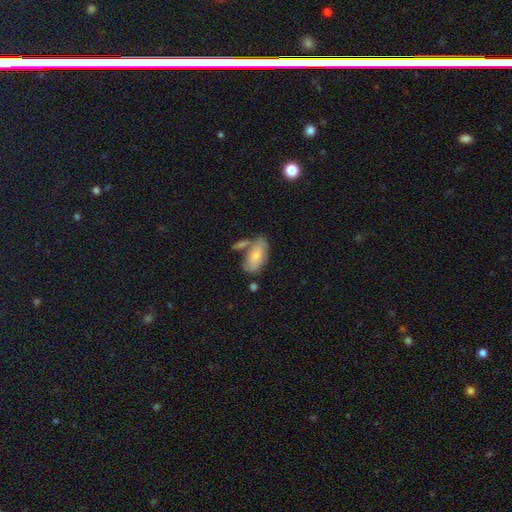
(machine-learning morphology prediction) Smooth or featured: smooth — 67% (featured or disk — 27%)
How rounded: in between — 91% (cigar-shaped — 5%)
Merging: none — 48% (merger — 25%)